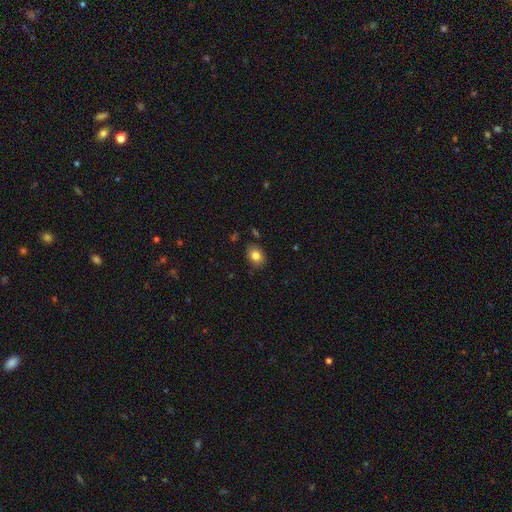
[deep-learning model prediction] Morphology: type=smooth (82%); roundness=in between (61%); merging=none (84%).